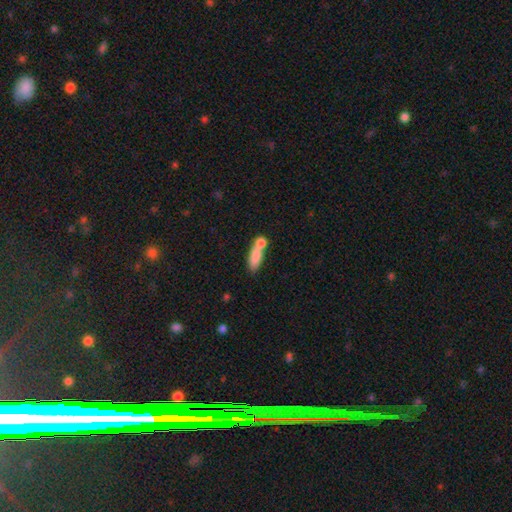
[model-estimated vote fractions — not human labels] This appears to be a smooth galaxy with no disk features (78%) that is in between round and cigar-shaped (54%). Merging: merger (47%).